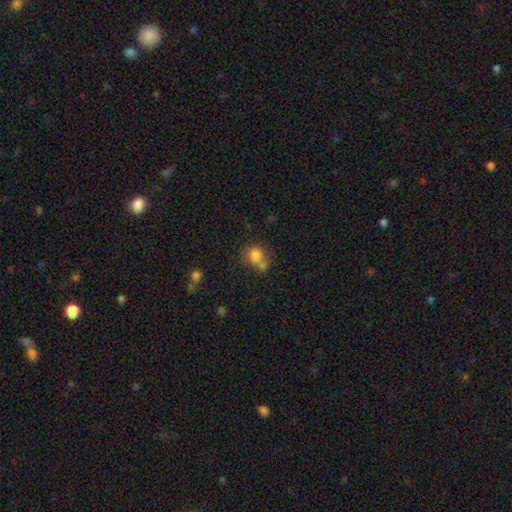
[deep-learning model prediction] This appears to be a smooth galaxy with no disk features (79%) that is round (73%). Merging: none (43%).